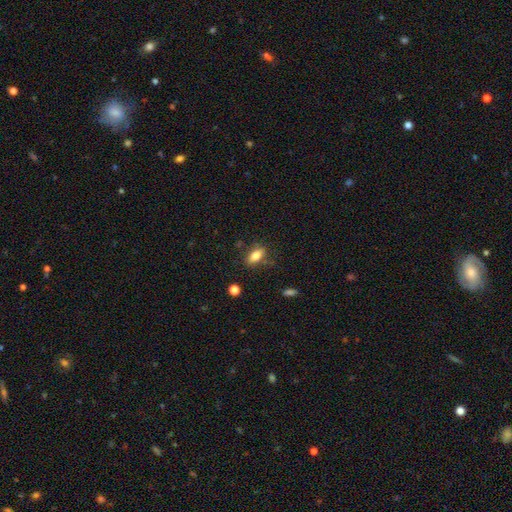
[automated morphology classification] The model was most divided on "merging": none: 76%, minor disturbance: 16%, major disturbance: 4%, merger: 3%. More confident: how rounded — in between (83%); smooth or featured — smooth (79%).